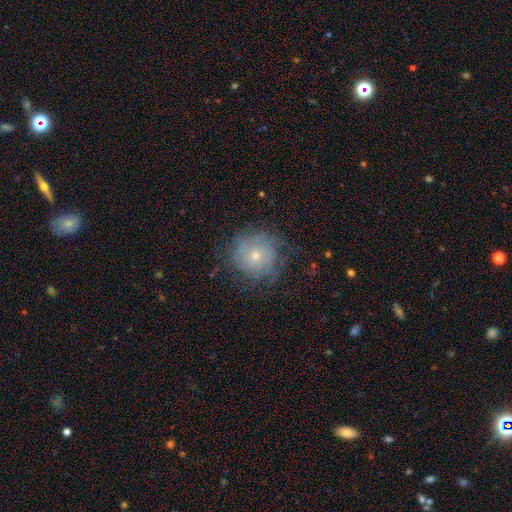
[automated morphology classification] featured or disk 45%, smooth 44%, star or artifact 11%. Down the decision tree: merging — none (68%).